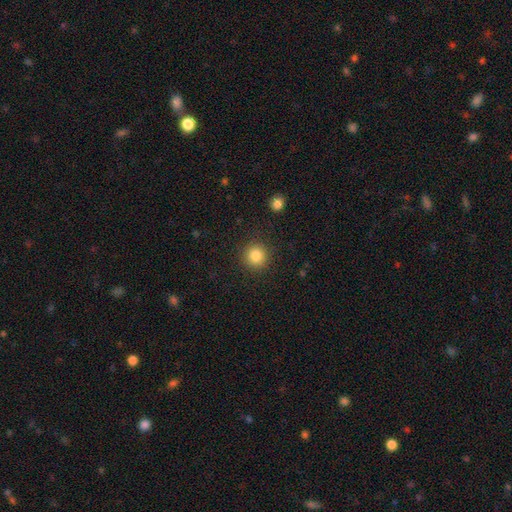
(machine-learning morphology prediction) Smooth or featured: smooth — 84% (star or artifact — 11%)
How rounded: round — 93% (in between — 6%)
Merging: none — 90% (minor disturbance — 6%)